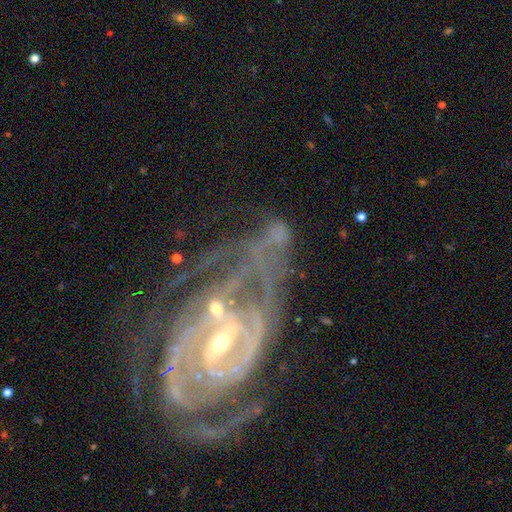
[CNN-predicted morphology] smooth-or-featured: featured or disk: 89% | star or artifact: 7% | smooth: 4%
  disk-edge-on: no: 96% | yes: 4%
    bar: weak: 40% | strong: 39% | no: 21%
    has-spiral-arms: yes: 97% | no: 3%
      spiral-winding: tight: 63% | medium: 30% | loose: 7%
      spiral-arm-count: 2: 37% | can't tell: 23% | 3: 17% | 4: 10% | more than 4: 7% | 1: 7%
    bulge-size: small: 69% | moderate: 26% | large: 2% | none: 2% | dominant: 1%
  merging: none: 48% | major disturbance: 21% | minor disturbance: 21% | merger: 10%